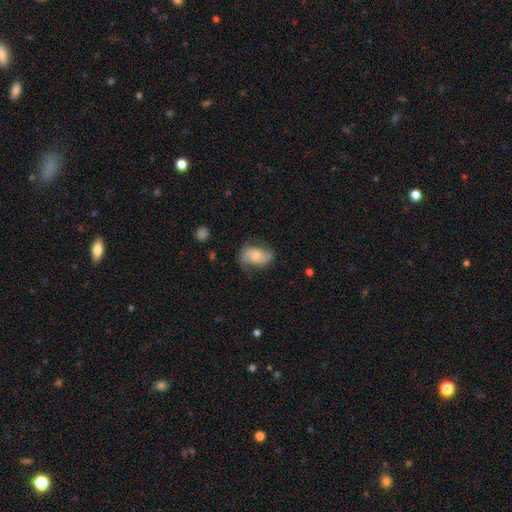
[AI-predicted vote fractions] The model was most divided on "bulge size": moderate: 43%, small: 42%, large: 7%, none: 6%, dominant: 2%. More confident: edge-on disk — no (96%); spiral arms — yes (85%); bar — no (66%); merging — none (58%); smooth or featured — featured or disk (55%).